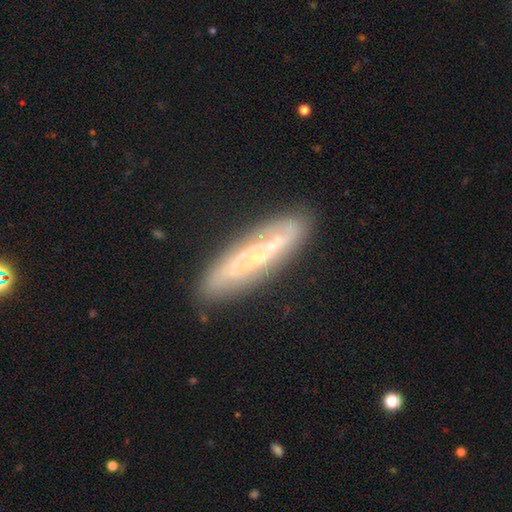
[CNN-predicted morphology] Smooth or featured? featured or disk (66%)
Edge-on disk? no (61%)
Merging? none (81%)